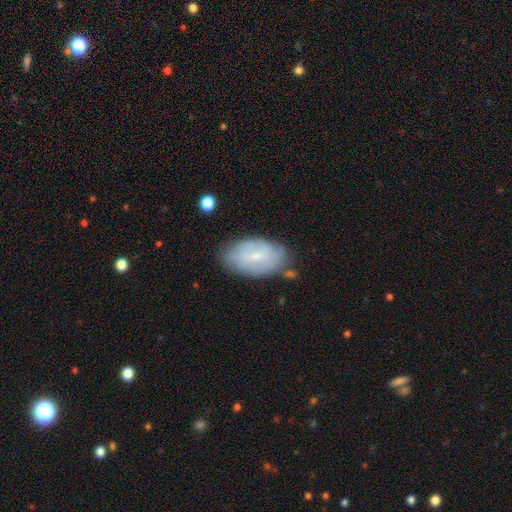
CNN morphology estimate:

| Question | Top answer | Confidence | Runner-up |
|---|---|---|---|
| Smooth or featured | smooth | 49% | featured or disk (43%) |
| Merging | none | 70% | minor disturbance (21%) |